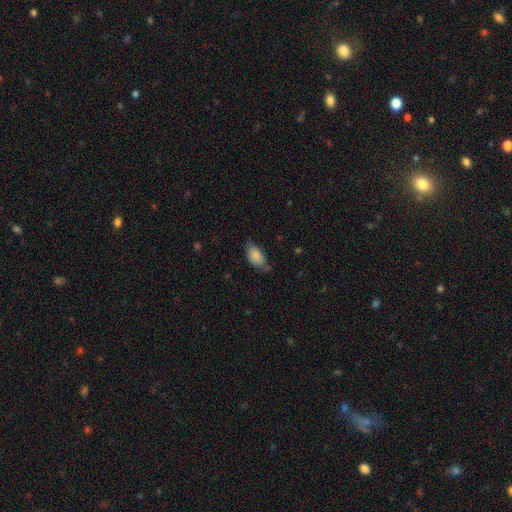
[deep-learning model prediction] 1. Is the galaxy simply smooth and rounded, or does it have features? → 86% smooth, 7% featured or disk, 7% star or artifact.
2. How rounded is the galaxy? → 93% in between, 4% round, 3% cigar-shaped.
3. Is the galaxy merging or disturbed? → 65% none, 27% minor disturbance, 5% major disturbance, 3% merger.